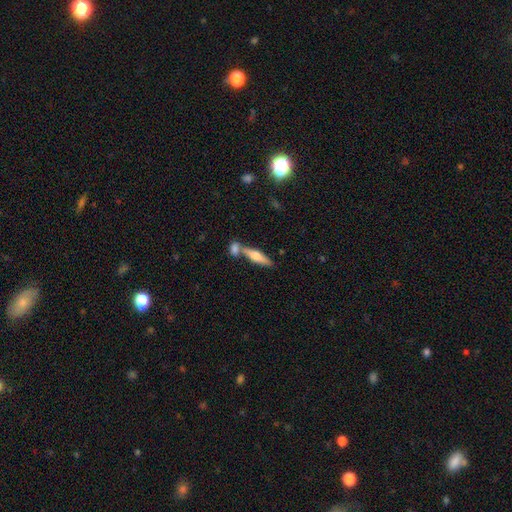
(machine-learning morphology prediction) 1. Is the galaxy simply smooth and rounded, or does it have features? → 52% smooth, 41% featured or disk, 7% star or artifact.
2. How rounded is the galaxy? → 68% cigar-shaped, 30% in between, 3% round.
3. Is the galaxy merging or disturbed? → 53% none, 34% merger, 10% minor disturbance, 3% major disturbance.